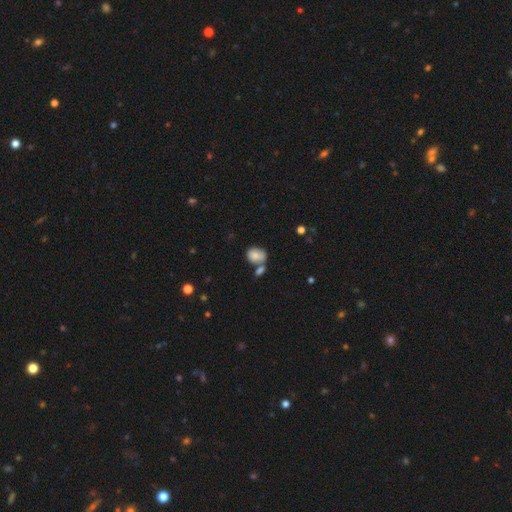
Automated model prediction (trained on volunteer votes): This is clearly a smooth galaxy (81%). How rounded: likely in between (60%). Merging: marginally none (41%).